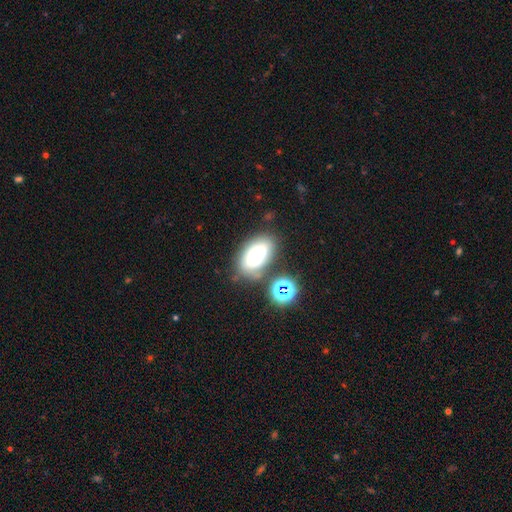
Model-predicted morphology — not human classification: This is possibly a smooth galaxy (55%). How rounded: clearly in between (90%). Merging: likely none (62%).